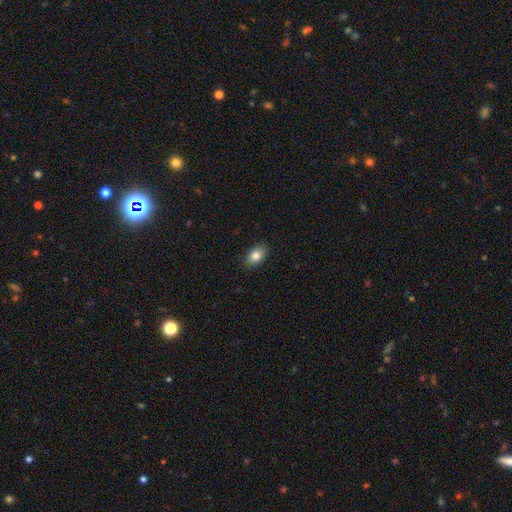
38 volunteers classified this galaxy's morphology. Q: Smooth or featured?
A: smooth (89%); runner-up: star or artifact (8%)
Q: How rounded?
A: in between (94%); runner-up: round (6%)
Q: Merging?
A: none (94%); runner-up: minor disturbance (6%)